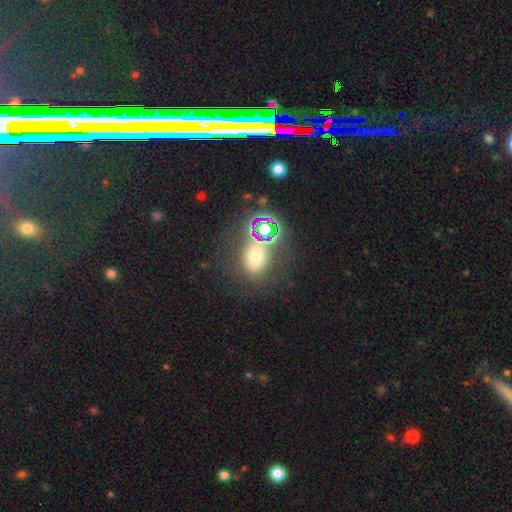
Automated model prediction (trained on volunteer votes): smooth_or_featured: smooth (p=0.48) [alt: star or artifact p=0.34]
merging: none (p=0.58) [alt: minor disturbance p=0.17]